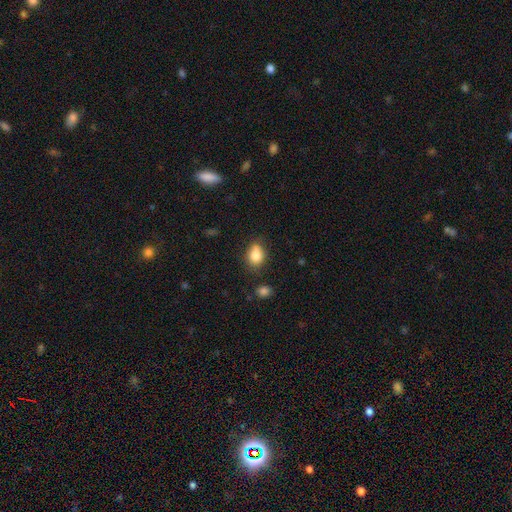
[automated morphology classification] smooth_or_featured: smooth (p=0.83) [alt: star or artifact p=0.09]
how_rounded: in between (p=0.67) [alt: round p=0.32]
merging: none (p=0.65) [alt: minor disturbance p=0.24]